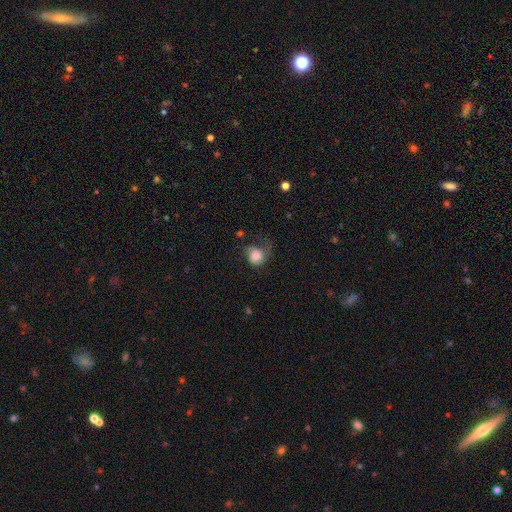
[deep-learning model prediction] Morphology: type=smooth (69%); roundness=round (72%); merging=none (36%).